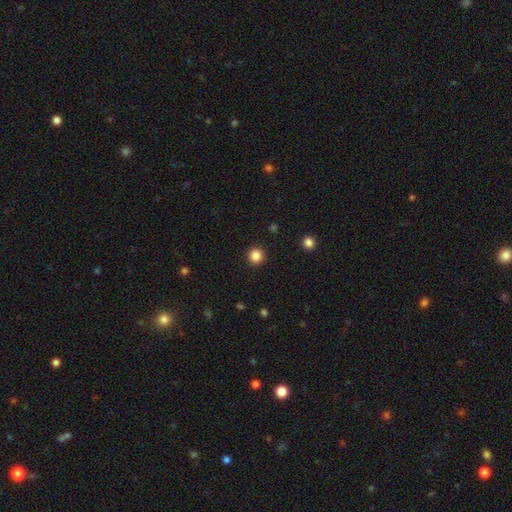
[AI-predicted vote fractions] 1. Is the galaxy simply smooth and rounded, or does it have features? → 85% smooth, 12% star or artifact, 4% featured or disk.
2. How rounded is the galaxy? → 95% round, 4% in between, 1% cigar-shaped.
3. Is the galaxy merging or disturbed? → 93% none, 4% minor disturbance, 2% major disturbance, 1% merger.